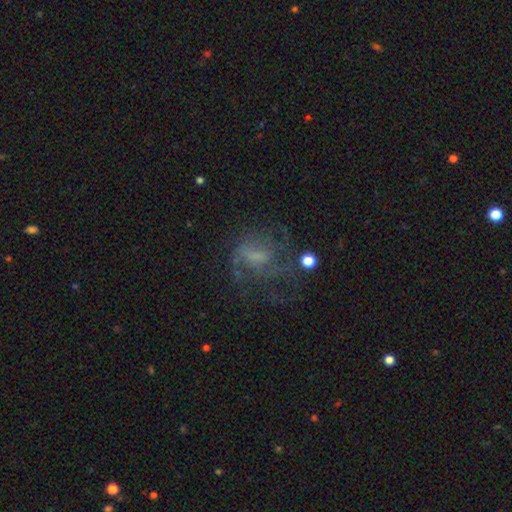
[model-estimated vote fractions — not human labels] The model was most divided on "merging": none: 41%, major disturbance: 36%, minor disturbance: 18%, merger: 4%. Remaining: edge-on disk — no (96%); smooth or featured — featured or disk (57%); spiral arms — yes (55%); bar — no (50%); bulge size — none (38%).